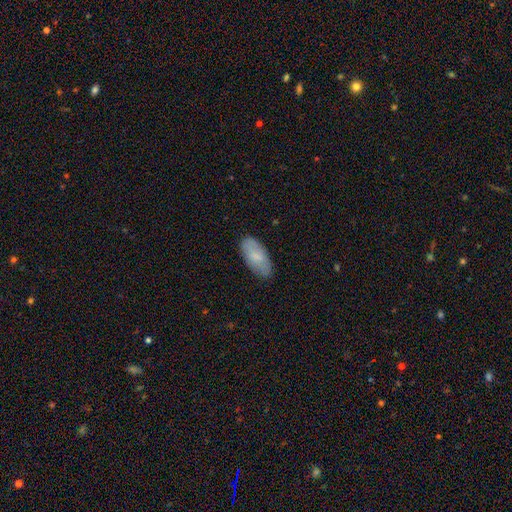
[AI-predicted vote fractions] Q: Smooth or featured?
A: smooth (77%); runner-up: featured or disk (17%)
Q: How rounded?
A: in between (91%); runner-up: cigar-shaped (7%)
Q: Merging?
A: none (82%); runner-up: minor disturbance (14%)